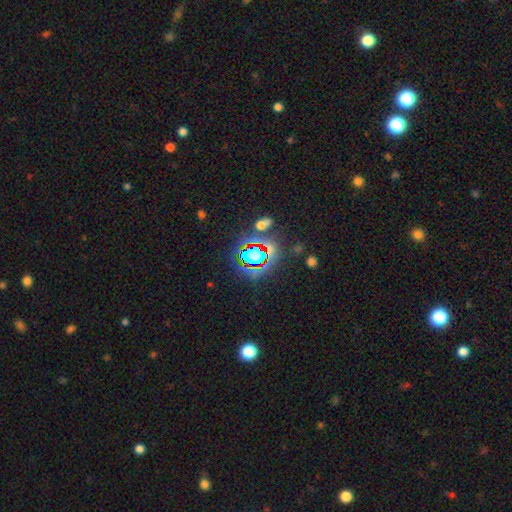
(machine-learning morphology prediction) Overall: star or artifact (64%; smooth 24%).